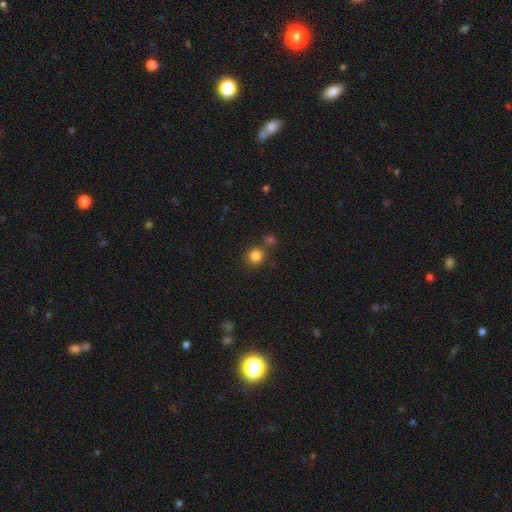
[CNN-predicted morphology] smooth 83%, star or artifact 12%, featured or disk 5%. Down the decision tree: how rounded — round (85%); merging — none (73%).